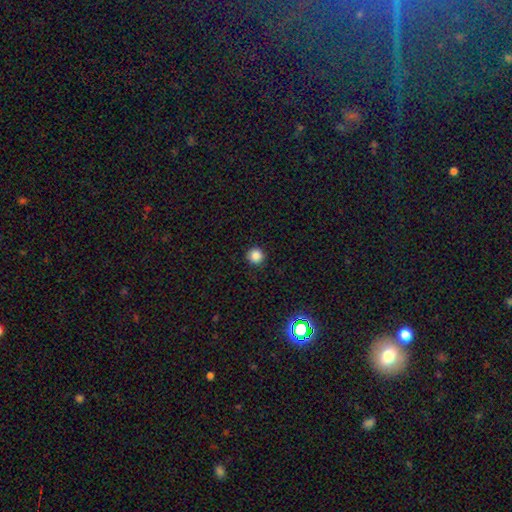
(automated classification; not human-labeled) Smooth or featured? Predicted: smooth (p=0.85). How rounded? Predicted: round (p=0.96). Merging? Predicted: none (p=0.92).